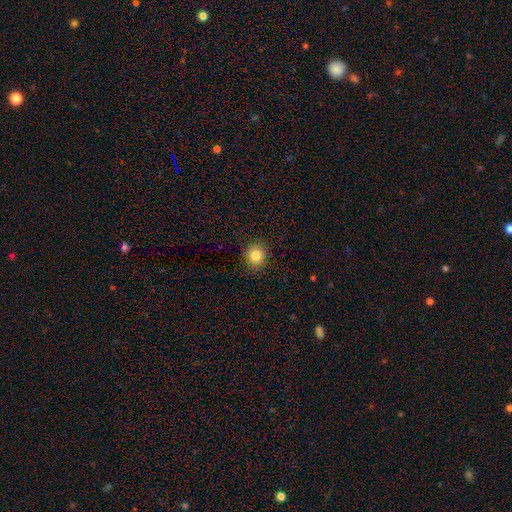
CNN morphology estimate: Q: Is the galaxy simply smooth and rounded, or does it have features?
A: smooth — 83%.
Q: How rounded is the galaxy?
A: round — 90%.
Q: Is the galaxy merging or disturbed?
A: none — 90%.